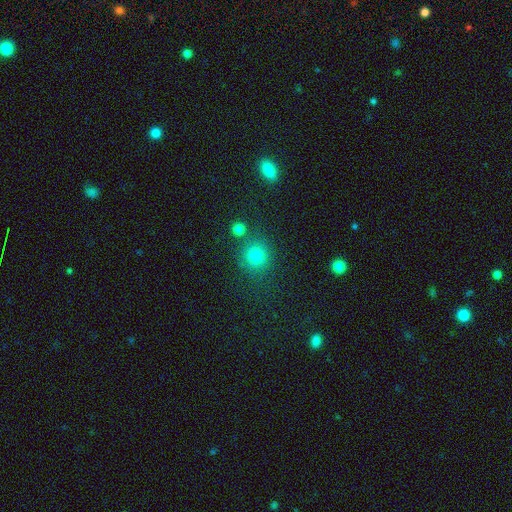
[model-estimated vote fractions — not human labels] Overall: smooth (77%). How rounded: round (90%). Merging: none (77%).